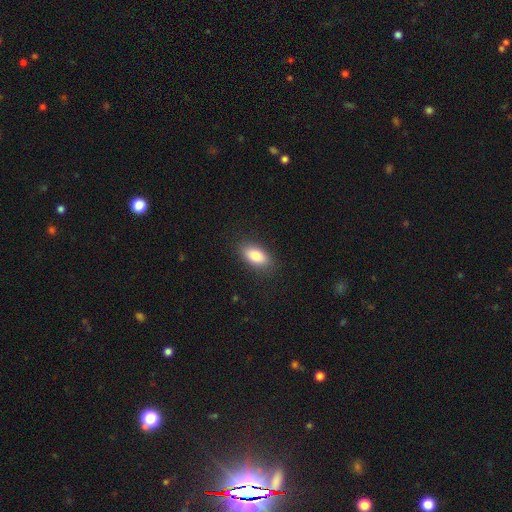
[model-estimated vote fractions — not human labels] A smooth galaxy with no disk features (82%) that is in between round and cigar-shaped (88%).

Vote fractions:
- Smooth or featured? smooth: 82% / featured or disk: 10% / star or artifact: 7%
- How rounded? in between: 88% / cigar-shaped: 7% / round: 5%
- Merging? none: 86% / minor disturbance: 10% / major disturbance: 3% / merger: 1%